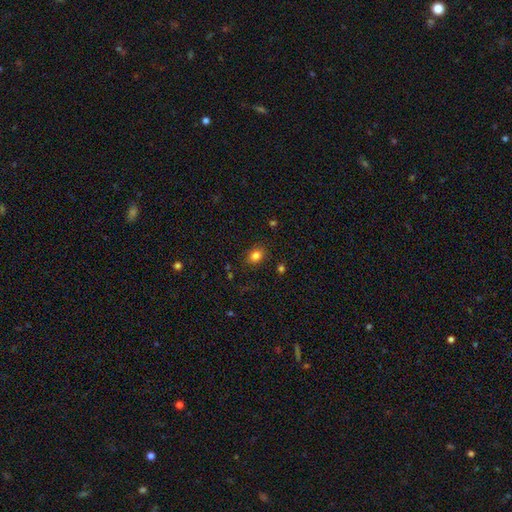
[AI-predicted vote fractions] A smooth galaxy with no disk features (82%) that is in between round and cigar-shaped (58%). Merging: none (84%).